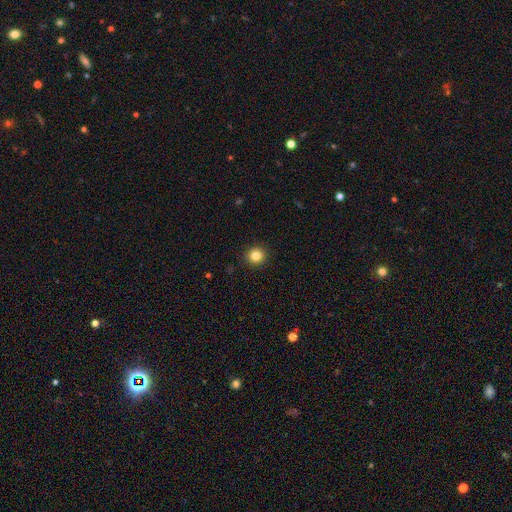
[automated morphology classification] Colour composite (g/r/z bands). It shows a smooth galaxy with no disk features (83%) that is round (90%). Merging: none (92%).